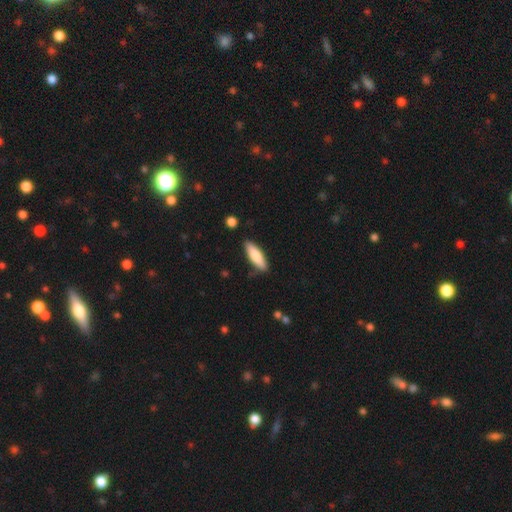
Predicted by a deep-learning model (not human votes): Morphology: type=smooth (73%); roundness=cigar-shaped (56%); merging=none (85%).